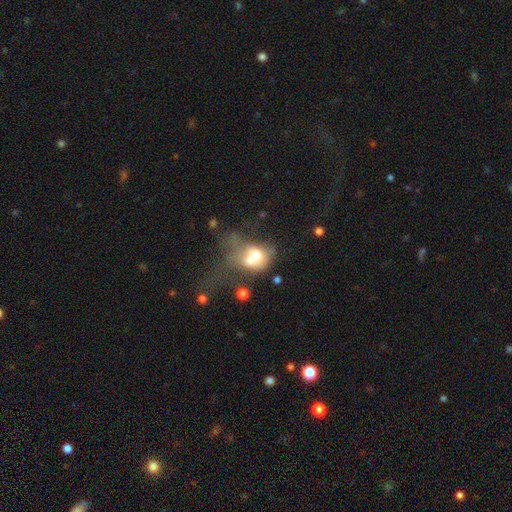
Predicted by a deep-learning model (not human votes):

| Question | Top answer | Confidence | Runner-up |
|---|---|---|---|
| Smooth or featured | smooth | 55% | featured or disk (34%) |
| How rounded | in between | 51% | round (48%) |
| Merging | merger | 61% | major disturbance (19%) |